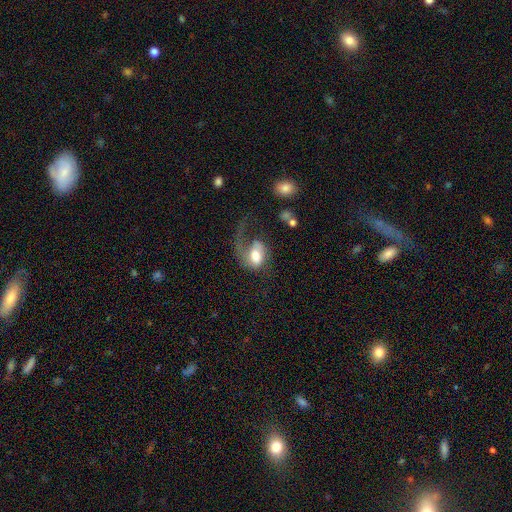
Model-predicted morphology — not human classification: A featured or disk galaxy (53%) with no bar (52%), spiral arms (82%) and a moderate central bulge (50%). Merging: major disturbance (56%).